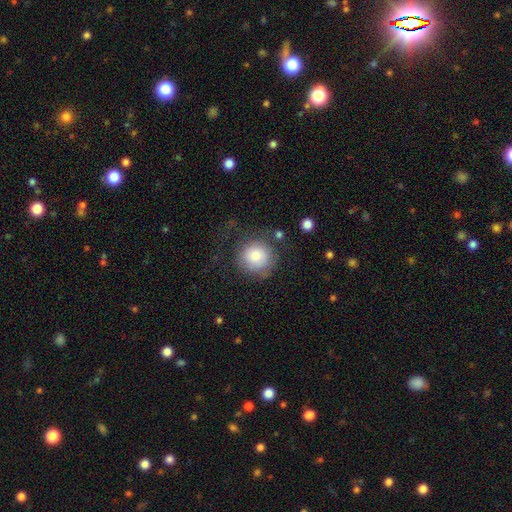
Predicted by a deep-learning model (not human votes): This appears to be a smooth galaxy with no disk features (74%) that is round (90%). Merging: none (58%).